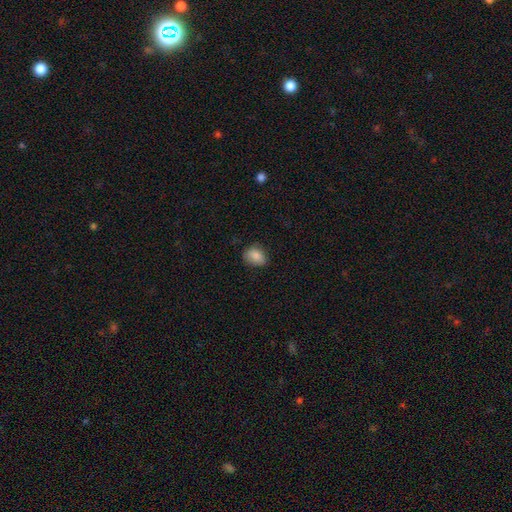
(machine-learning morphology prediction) This appears to be a smooth galaxy with no disk features (86%) that is in between round and cigar-shaped (67%). Merging: none (73%).